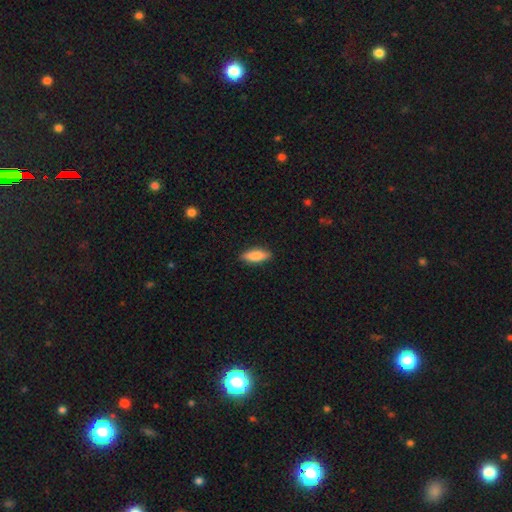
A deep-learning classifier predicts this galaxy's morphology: Smooth or featured? smooth (83%)
How rounded? in between (58%)
Merging? none (88%)